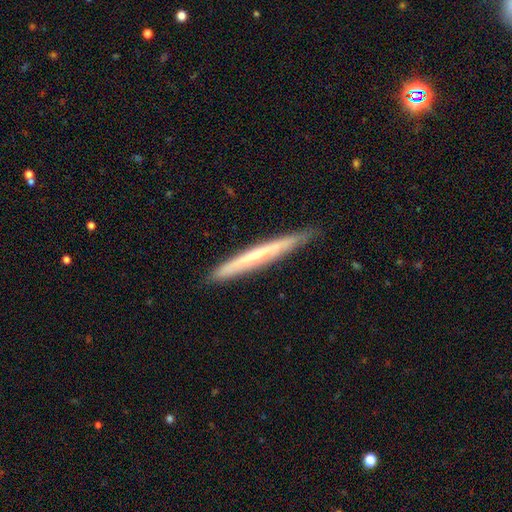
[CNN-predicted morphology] smooth_or_featured: featured or disk (p=0.51) [alt: smooth p=0.43]
disk_edge_on: yes (p=0.94) [alt: no p=0.06]
merging: none (p=0.85) [alt: minor disturbance p=0.12]